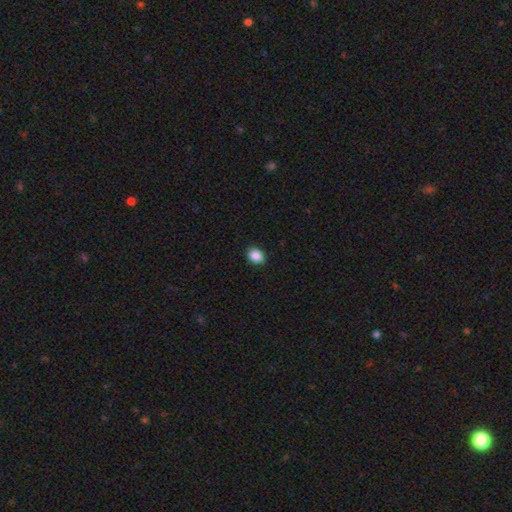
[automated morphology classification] smooth_or_featured: smooth (p=0.88) [alt: star or artifact p=0.09]
how_rounded: in between (p=0.50) [alt: round p=0.49]
merging: none (p=0.92) [alt: minor disturbance p=0.06]